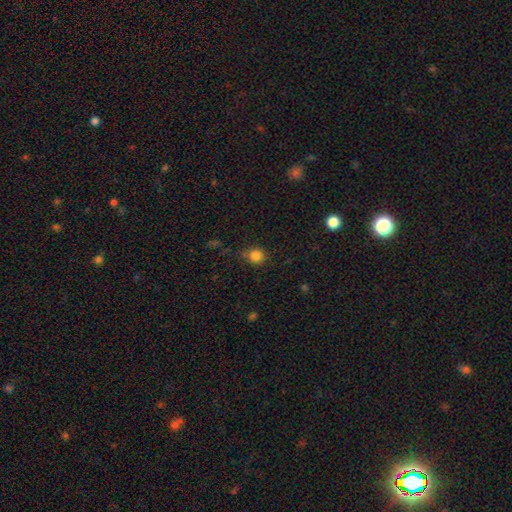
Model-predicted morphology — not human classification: Smooth or featured?
  - smooth: 83% *
  - star or artifact: 13%
  - featured or disk: 4%
How rounded?
  - round: 86% *
  - in between: 13%
  - cigar-shaped: 1%
Merging?
  - none: 76% *
  - minor disturbance: 14%
  - merger: 5%
  - major disturbance: 4%